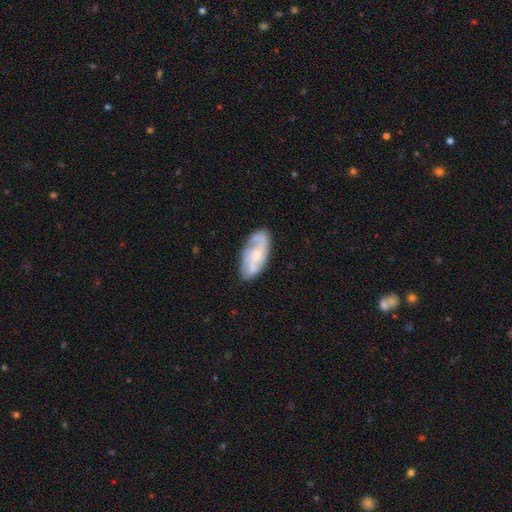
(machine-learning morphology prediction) featured or disk 67%, smooth 27%, star or artifact 7%. Down the decision tree: edge-on disk — no (93%); bar — no (62%); spiral arms — yes (84%); spiral arm count — 2 (48%); spiral winding — medium (43%); bulge size — small (46%); merging — none (72%).